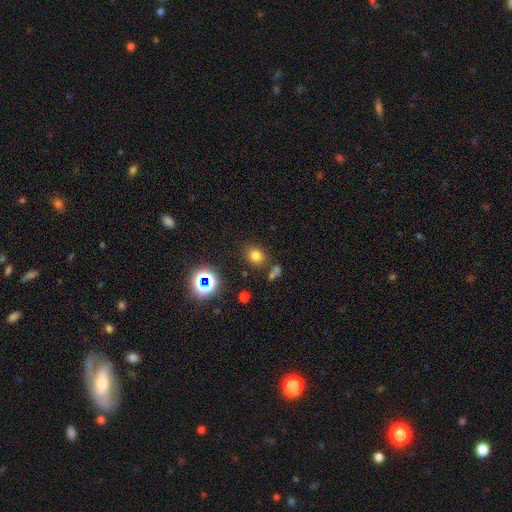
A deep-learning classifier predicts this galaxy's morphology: The model was most divided on "how rounded": round: 67%, in between: 32%, cigar-shaped: 1%. More confident: merging — none (77%); smooth or featured — smooth (70%).